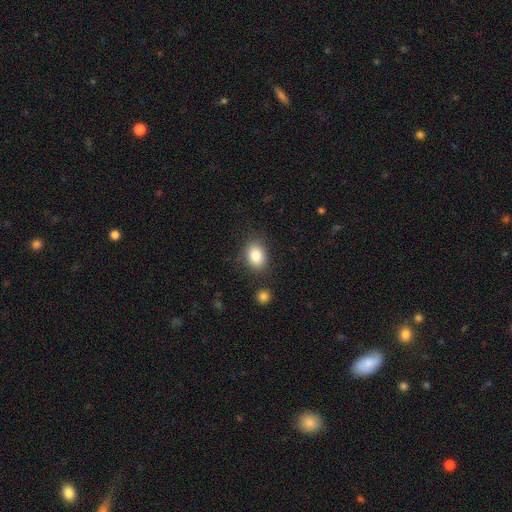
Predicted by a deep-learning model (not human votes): This is clearly a smooth galaxy (84%). How rounded: likely in between (63%). Merging: clearly none (81%).